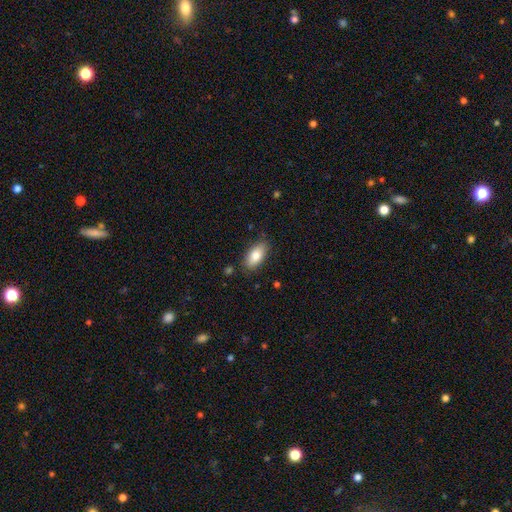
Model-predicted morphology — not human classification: type=smooth (81%); roundness=in between (90%); merging=none (83%).